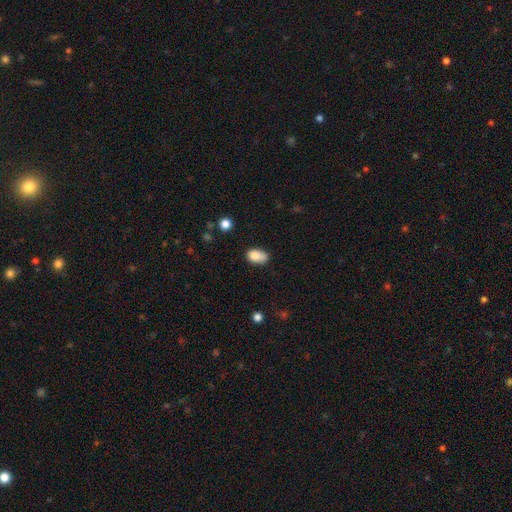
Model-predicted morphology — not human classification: type=smooth (85%); roundness=in between (88%); merging=none (55%).